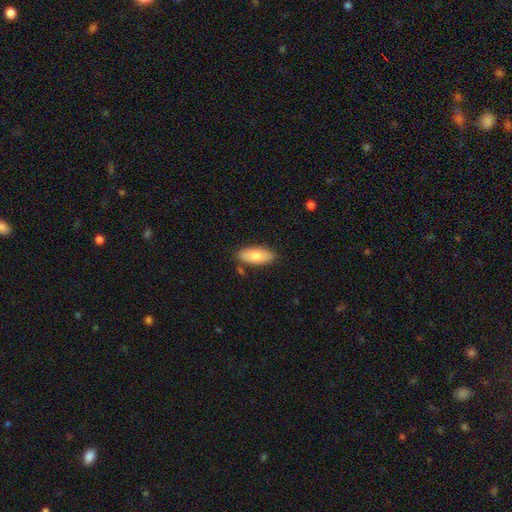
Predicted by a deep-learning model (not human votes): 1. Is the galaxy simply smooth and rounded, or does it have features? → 79% smooth, 15% featured or disk, 6% star or artifact.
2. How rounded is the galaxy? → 87% in between, 11% cigar-shaped, 2% round.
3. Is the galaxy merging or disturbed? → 83% none, 11% minor disturbance, 3% merger, 2% major disturbance.